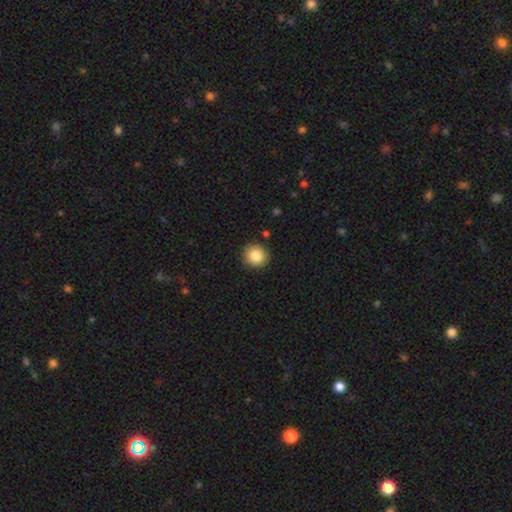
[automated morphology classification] This is clearly a smooth galaxy (85%). How rounded: clearly round (90%). Merging: clearly none (91%).